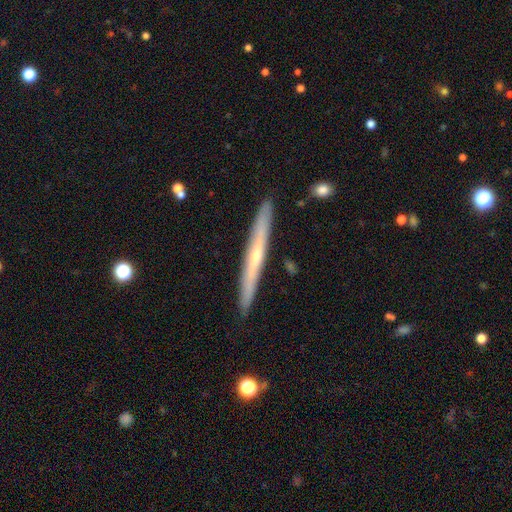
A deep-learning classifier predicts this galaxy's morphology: Smooth or featured? featured or disk (65%)
Edge-on disk? yes (95%)
Edge-on bulge? rounded (60%)
Merging? none (90%)